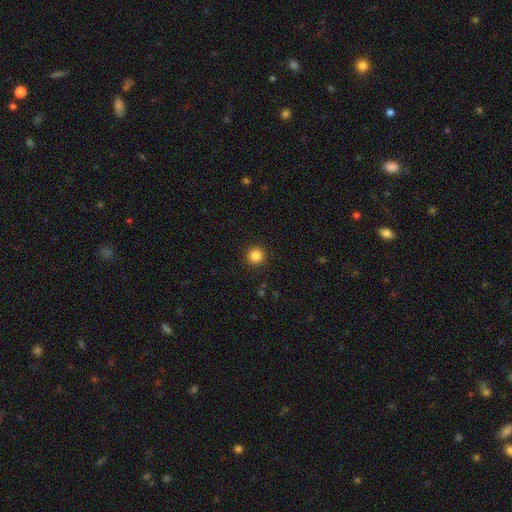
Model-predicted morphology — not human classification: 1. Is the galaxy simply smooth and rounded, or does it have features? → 85% smooth, 11% star or artifact, 4% featured or disk.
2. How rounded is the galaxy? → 96% round, 3% in between, 1% cigar-shaped.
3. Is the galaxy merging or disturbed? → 92% none, 5% minor disturbance, 2% major disturbance, 1% merger.